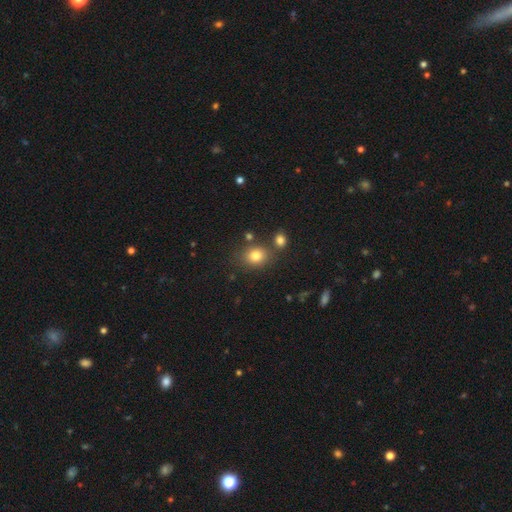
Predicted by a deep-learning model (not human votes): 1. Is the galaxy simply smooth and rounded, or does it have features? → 79% smooth, 13% star or artifact, 8% featured or disk.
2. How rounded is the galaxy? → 62% round, 37% in between, 1% cigar-shaped.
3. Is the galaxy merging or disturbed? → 73% none, 12% merger, 11% minor disturbance, 4% major disturbance.